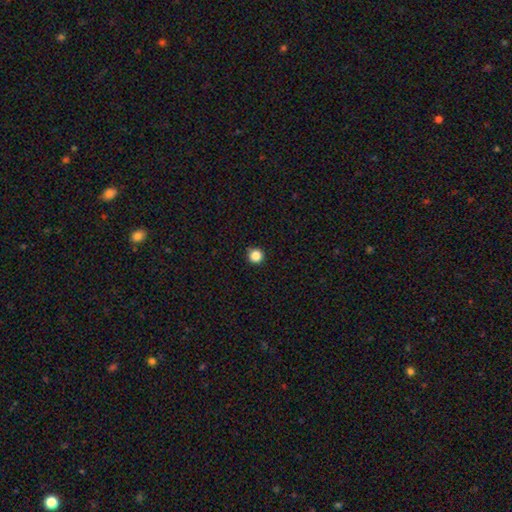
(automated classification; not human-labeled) smooth-or-featured: smooth: 85% | star or artifact: 12% | featured or disk: 3%
  how-rounded: round: 96% | in between: 3% | cigar-shaped: 1%
  merging: none: 92% | minor disturbance: 6% | major disturbance: 2% | merger: 1%